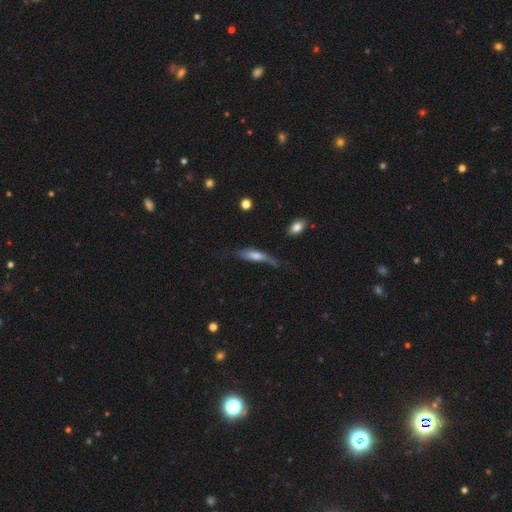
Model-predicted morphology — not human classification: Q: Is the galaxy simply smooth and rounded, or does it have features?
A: smooth — 56%.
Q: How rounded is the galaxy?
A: cigar-shaped — 57%.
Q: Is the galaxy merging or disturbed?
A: none — 33%.